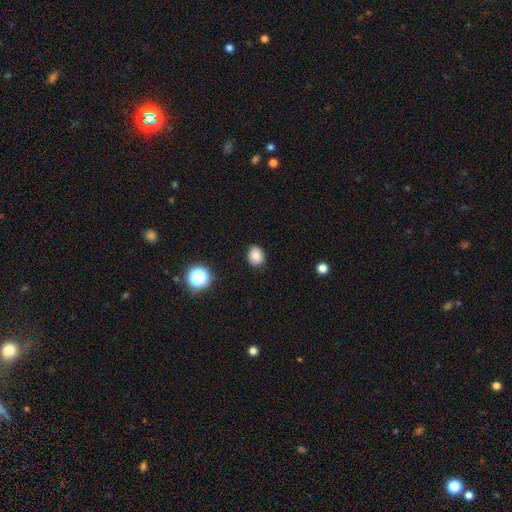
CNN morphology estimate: smooth_or_featured: smooth (p=0.84) [alt: star or artifact p=0.11]
how_rounded: round (p=0.68) [alt: in between p=0.32]
merging: none (p=0.87) [alt: minor disturbance p=0.10]